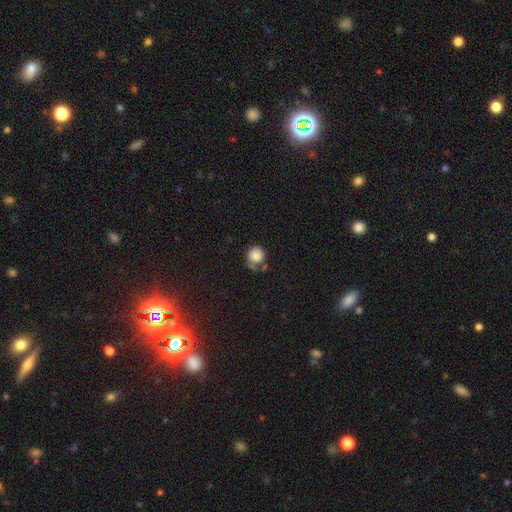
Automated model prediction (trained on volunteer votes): Overall: smooth (81%). How rounded: round (89%). Merging: none (48%; minor disturbance 24%).